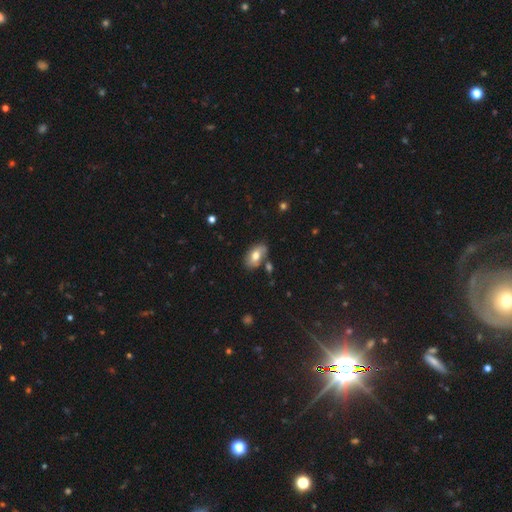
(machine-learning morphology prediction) A smooth galaxy with no disk features (67%) that is in between round and cigar-shaped (92%).

Vote fractions:
- Smooth or featured? smooth: 67% / featured or disk: 25% / star or artifact: 7%
- How rounded? in between: 92% / round: 6% / cigar-shaped: 2%
- Merging? none: 67% / minor disturbance: 19% / merger: 10% / major disturbance: 5%